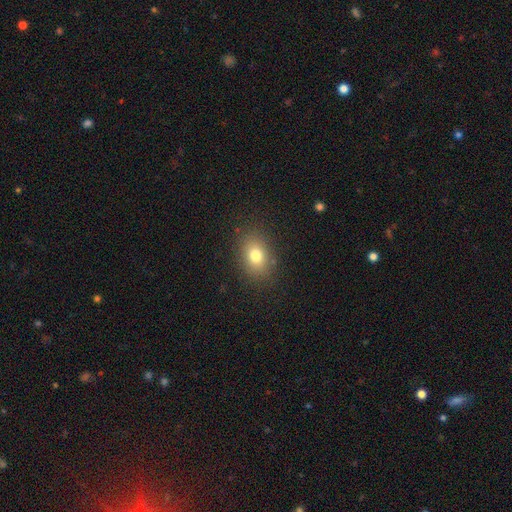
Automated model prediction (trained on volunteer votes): smooth_or_featured: smooth (p=0.77) [alt: star or artifact p=0.12]
how_rounded: in between (p=0.69) [alt: round p=0.30]
merging: none (p=0.86) [alt: minor disturbance p=0.10]